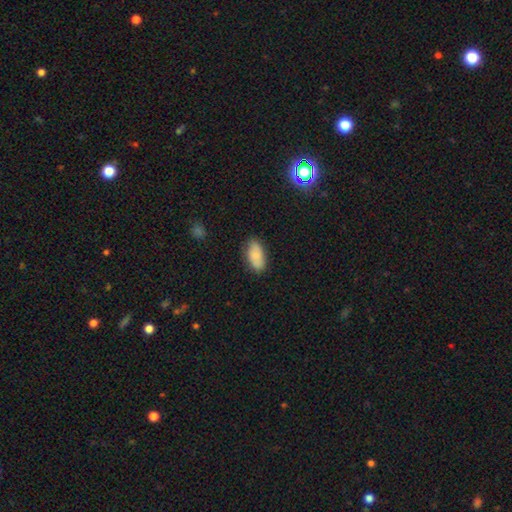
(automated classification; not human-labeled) Smooth or featured?
  - smooth: 81% *
  - featured or disk: 12%
  - star or artifact: 7%
How rounded?
  - in between: 92% *
  - cigar-shaped: 5%
  - round: 3%
Merging?
  - none: 80% *
  - minor disturbance: 15%
  - major disturbance: 3%
  - merger: 1%